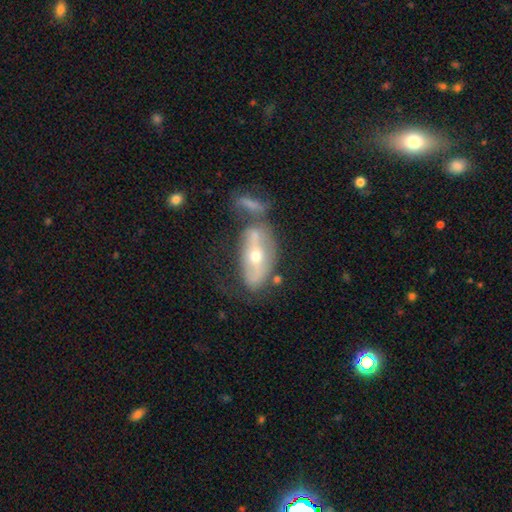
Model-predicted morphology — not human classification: This appears to be a featured or disk galaxy (64%) with no bar (49%), no spiral arms (57%) and a moderate central bulge (58%). Merging: none (36%).